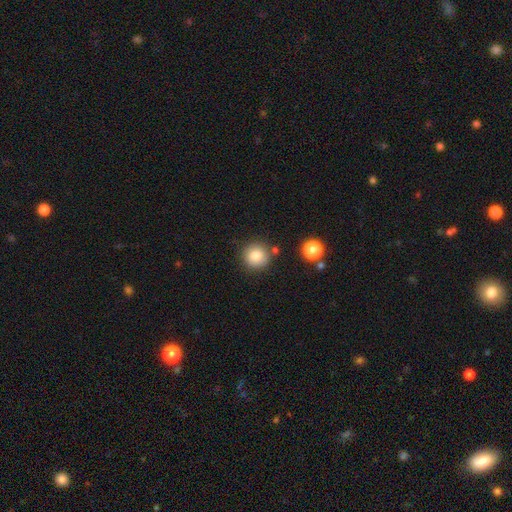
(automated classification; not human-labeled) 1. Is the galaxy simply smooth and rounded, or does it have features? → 82% smooth, 10% star or artifact, 8% featured or disk.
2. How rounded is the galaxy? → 93% round, 6% in between, 1% cigar-shaped.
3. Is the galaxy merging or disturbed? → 80% none, 10% minor disturbance, 7% merger, 3% major disturbance.